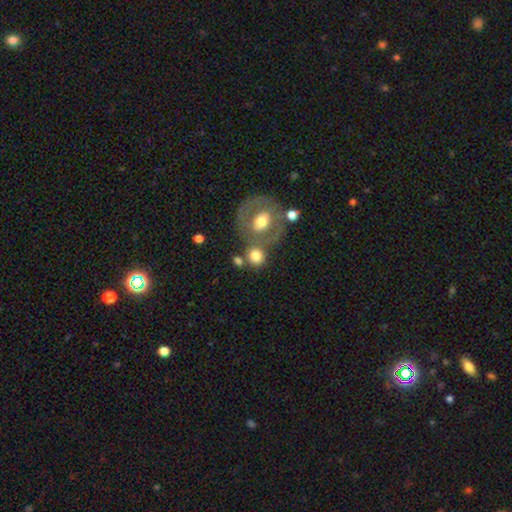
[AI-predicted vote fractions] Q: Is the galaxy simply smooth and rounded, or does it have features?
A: smooth — 71%.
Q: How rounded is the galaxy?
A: round — 82%.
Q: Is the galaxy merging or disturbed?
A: none — 54%.